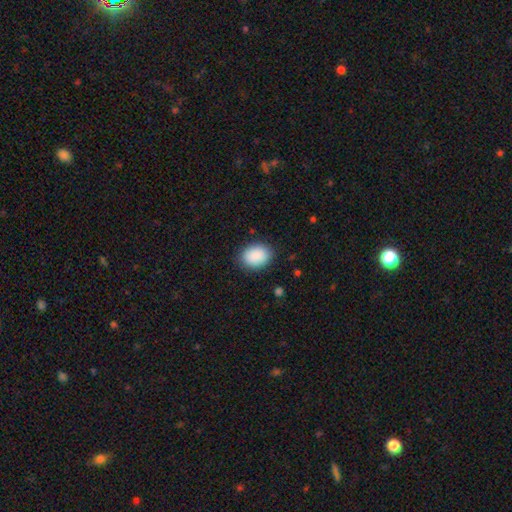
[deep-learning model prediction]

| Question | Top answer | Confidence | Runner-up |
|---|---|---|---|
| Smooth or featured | smooth | 90% | star or artifact (7%) |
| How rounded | in between | 67% | round (32%) |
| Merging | none | 86% | minor disturbance (10%) |